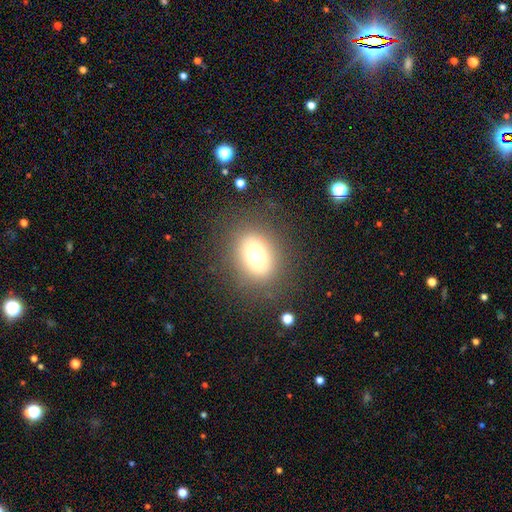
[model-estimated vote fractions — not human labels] smooth_or_featured: smooth (p=0.70) [alt: featured or disk p=0.15]
how_rounded: round (p=0.49) [tied with: in between p=0.49]
merging: none (p=0.81) [alt: minor disturbance p=0.10]